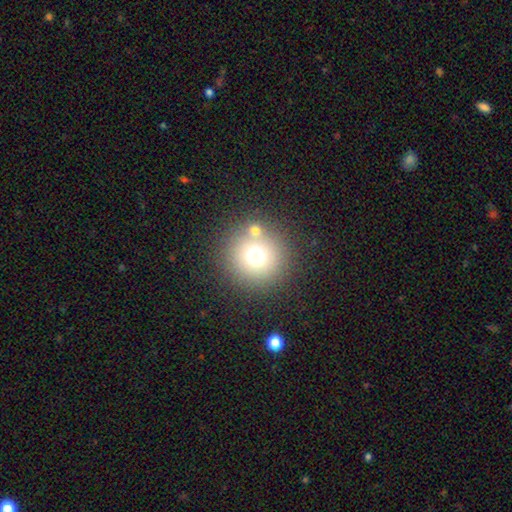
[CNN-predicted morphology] smooth-or-featured: smooth: 69% | star or artifact: 19% | featured or disk: 13%
  how-rounded: round: 95% | in between: 4% | cigar-shaped: 1%
  merging: none: 75% | merger: 13% | minor disturbance: 7% | major disturbance: 4%